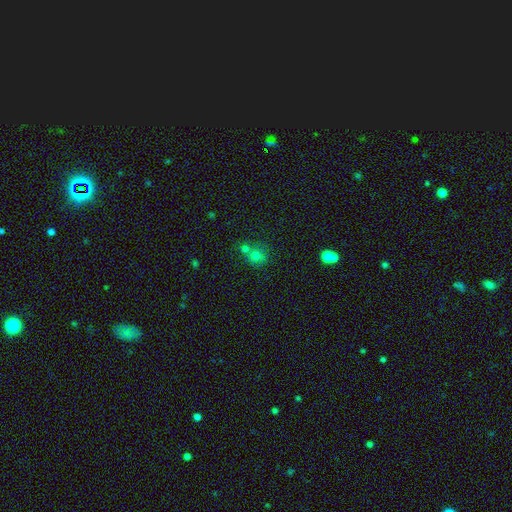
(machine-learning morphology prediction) type=smooth (71%); roundness=round (82%); merging=none (46%).